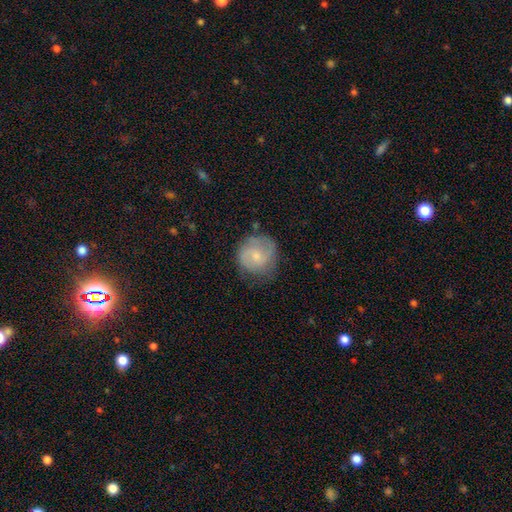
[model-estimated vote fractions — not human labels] This is possibly a smooth galaxy (50%). Merging: likely none (66%).